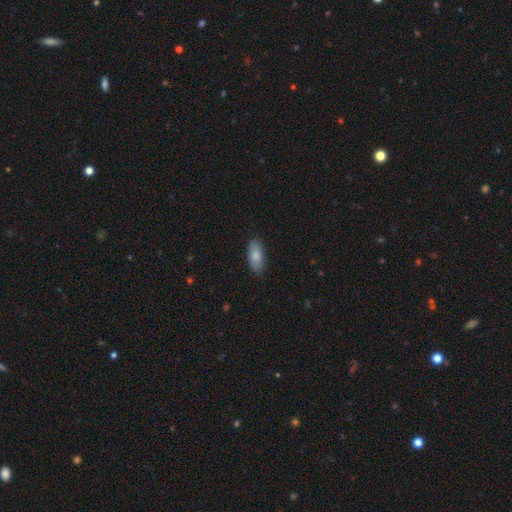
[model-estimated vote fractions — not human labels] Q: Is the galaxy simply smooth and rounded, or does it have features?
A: smooth — 83%.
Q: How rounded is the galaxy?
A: in between — 85%.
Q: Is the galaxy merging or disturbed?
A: none — 82%.